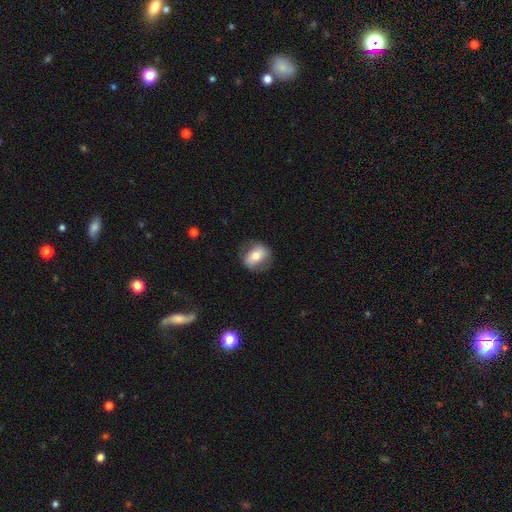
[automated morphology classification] This appears to be a smooth galaxy with no disk features (55%) that is in between round and cigar-shaped (53%). Merging: none (74%).